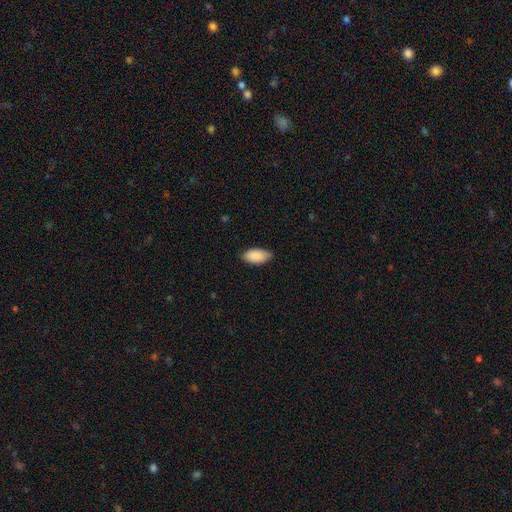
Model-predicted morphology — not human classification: type=smooth (90%); roundness=in between (94%); merging=none (80%).